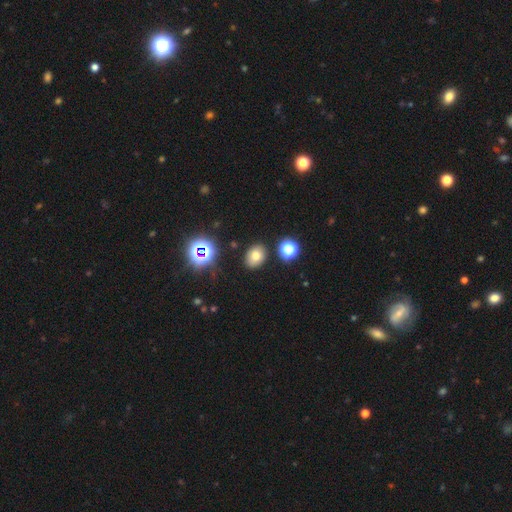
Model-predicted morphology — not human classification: Smooth or featured: smooth — 72% (star or artifact — 17%)
How rounded: in between — 63% (round — 36%)
Merging: none — 85% (minor disturbance — 9%)